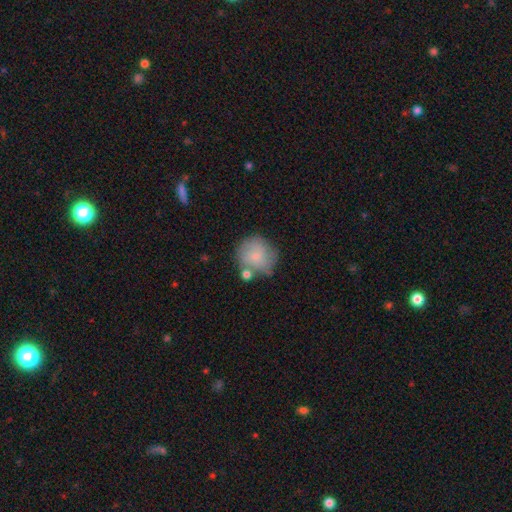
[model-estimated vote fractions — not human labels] Overall: smooth (73%). How rounded: round (89%). Merging: none (57%; minor disturbance 21%).